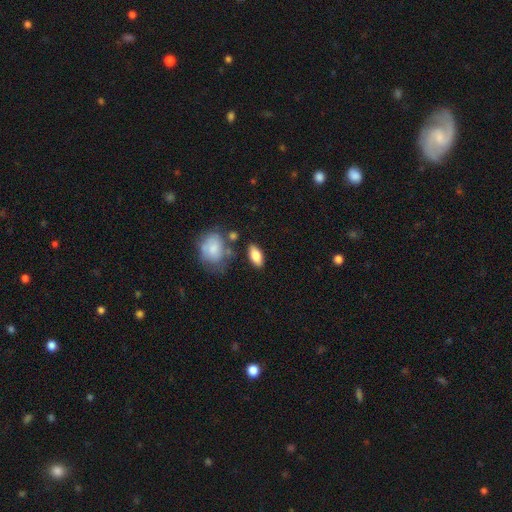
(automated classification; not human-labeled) Morphology: type=smooth (80%); roundness=in between (87%); merging=none (78%).